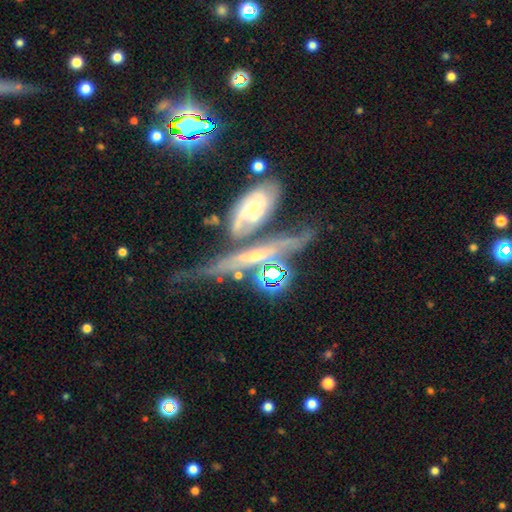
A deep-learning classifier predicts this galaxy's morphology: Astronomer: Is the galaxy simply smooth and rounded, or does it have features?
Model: featured or disk — 73%.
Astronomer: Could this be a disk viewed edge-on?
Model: yes — 51% (runner-up: no, 49%).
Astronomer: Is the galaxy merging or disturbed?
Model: merger — 39% (runner-up: none, 30%).